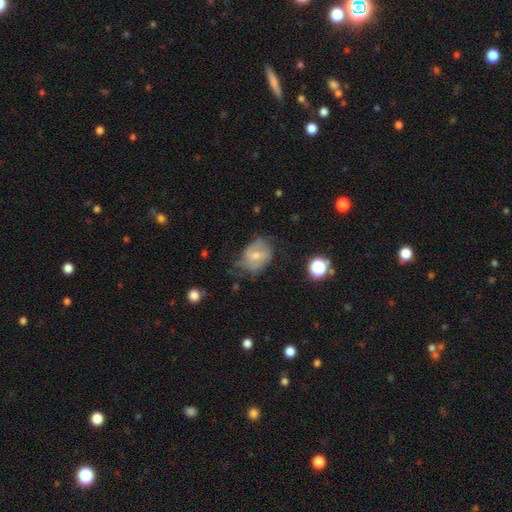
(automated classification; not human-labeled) A featured or disk galaxy (52%). Merging: none (41%).